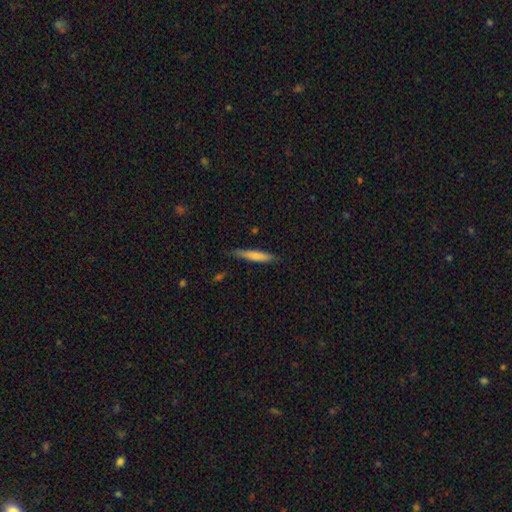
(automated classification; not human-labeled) The model was most divided on "smooth or featured": smooth: 73%, featured or disk: 22%, star or artifact: 6%. More confident: how rounded — cigar-shaped (90%); merging — none (77%).